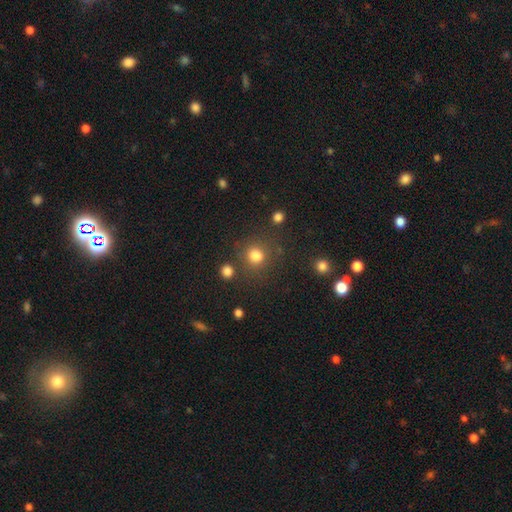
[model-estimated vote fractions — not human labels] Smooth or featured? smooth (80%)
How rounded? round (83%)
Merging? none (74%)